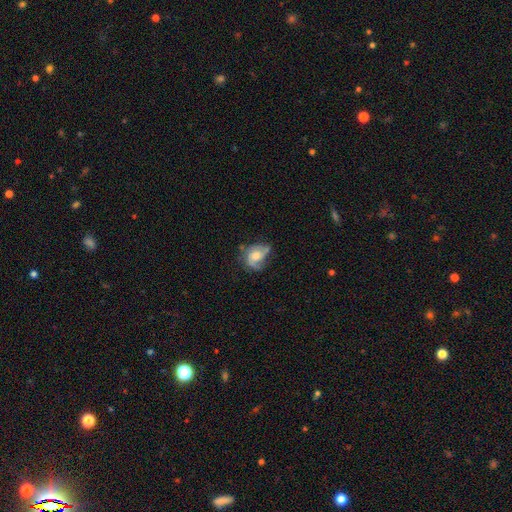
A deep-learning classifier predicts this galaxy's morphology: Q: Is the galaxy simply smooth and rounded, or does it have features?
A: featured or disk — 62%.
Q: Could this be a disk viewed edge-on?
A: no — 97%.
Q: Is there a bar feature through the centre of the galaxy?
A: no — 73%.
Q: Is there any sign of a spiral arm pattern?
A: yes — 83%.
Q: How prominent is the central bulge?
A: moderate — 52%.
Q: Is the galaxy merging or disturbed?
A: none — 45%.